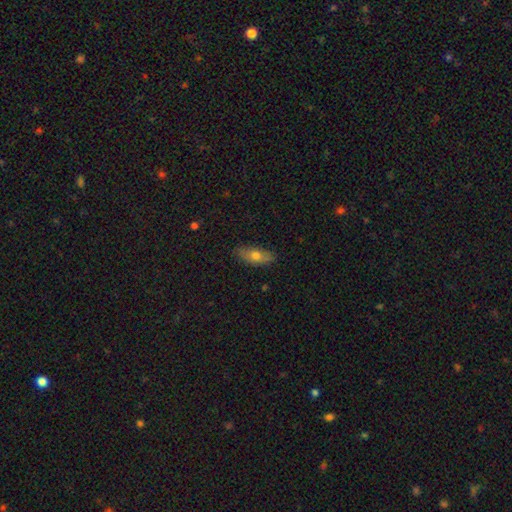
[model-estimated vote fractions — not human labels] This is likely a smooth galaxy (69%). How rounded: clearly in between (80%). Merging: clearly none (80%).